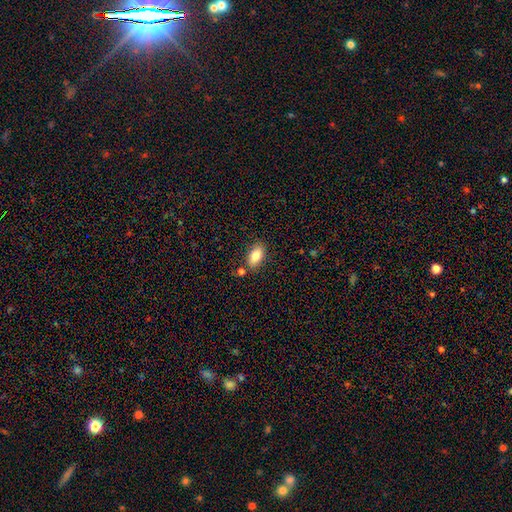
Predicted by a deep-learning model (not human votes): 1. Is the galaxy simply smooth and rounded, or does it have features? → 83% smooth, 10% featured or disk, 7% star or artifact.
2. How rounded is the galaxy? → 91% in between, 5% cigar-shaped, 4% round.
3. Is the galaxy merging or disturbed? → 78% none, 12% minor disturbance, 7% merger, 3% major disturbance.